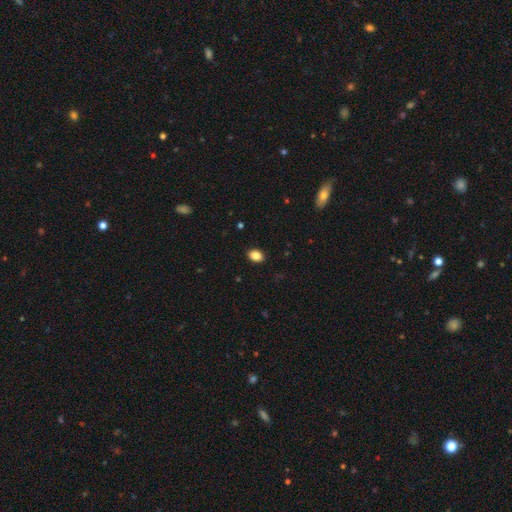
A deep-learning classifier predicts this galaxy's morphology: This is clearly a smooth galaxy (86%). How rounded: likely in between (74%). Merging: clearly none (90%).